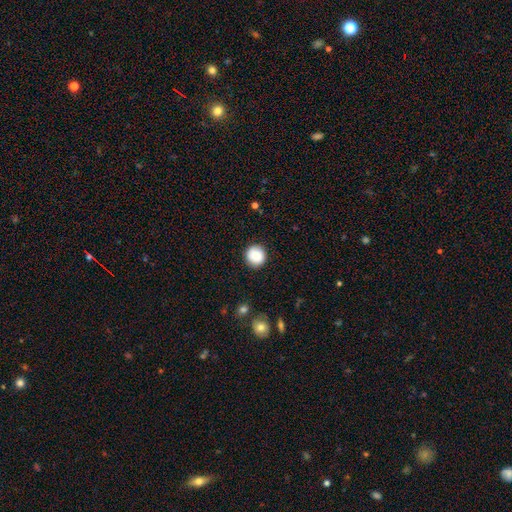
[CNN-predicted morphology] A smooth galaxy with no disk features (88%) that is round (94%). Merging: none (90%).